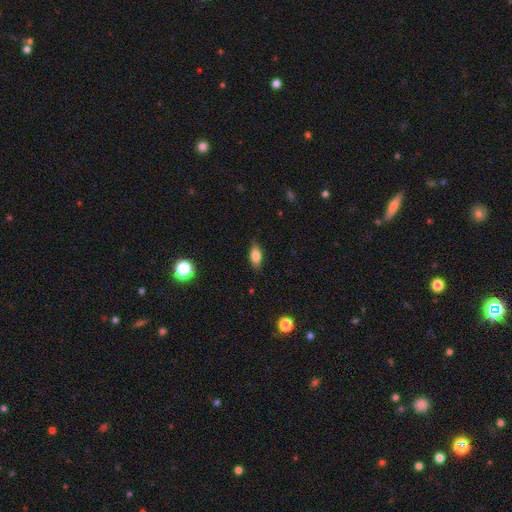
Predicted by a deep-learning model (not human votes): Smooth or featured: smooth — 74% (featured or disk — 17%)
How rounded: in between — 80% (cigar-shaped — 14%)
Merging: none — 84% (minor disturbance — 12%)